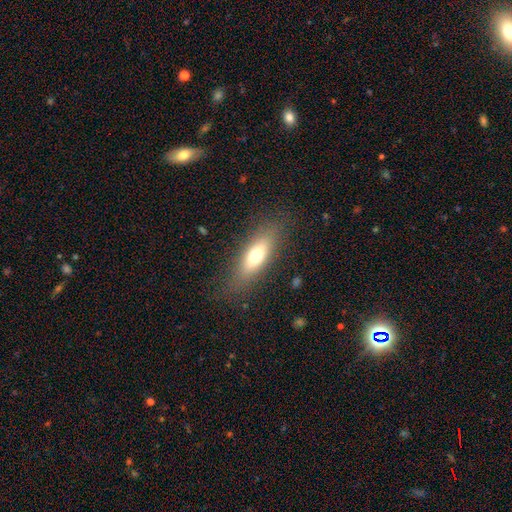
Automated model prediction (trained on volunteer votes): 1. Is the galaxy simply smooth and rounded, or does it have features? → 68% smooth, 24% featured or disk, 8% star or artifact.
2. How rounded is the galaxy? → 57% in between, 40% cigar-shaped, 3% round.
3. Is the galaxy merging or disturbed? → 83% none, 11% minor disturbance, 4% major disturbance, 1% merger.